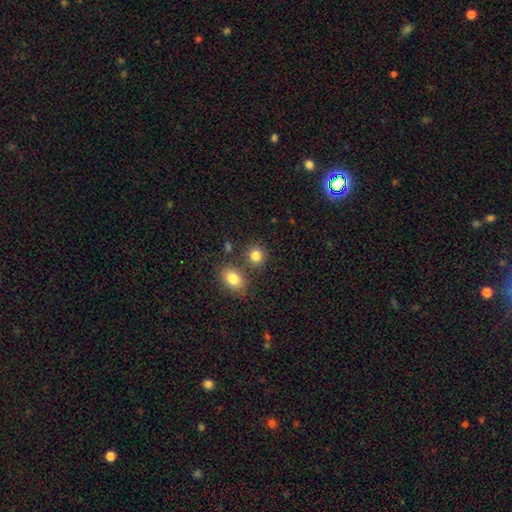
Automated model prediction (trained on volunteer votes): smooth-or-featured: smooth: 84% | star or artifact: 10% | featured or disk: 6%
  how-rounded: round: 77% | in between: 22% | cigar-shaped: 1%
  merging: none: 75% | merger: 13% | minor disturbance: 9% | major disturbance: 3%